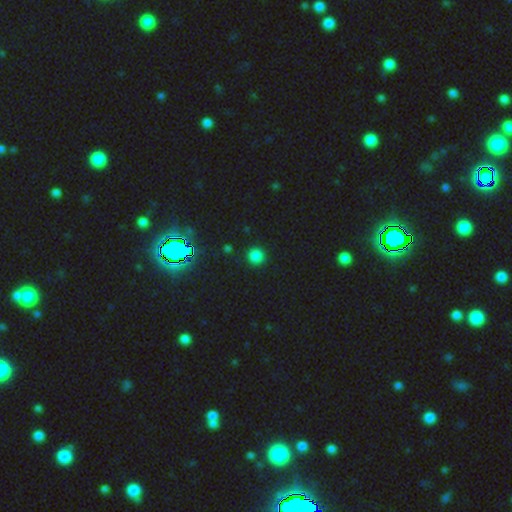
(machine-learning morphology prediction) Smooth or featured: smooth — 77% (star or artifact — 19%)
How rounded: round — 94% (in between — 5%)
Merging: none — 91% (minor disturbance — 5%)